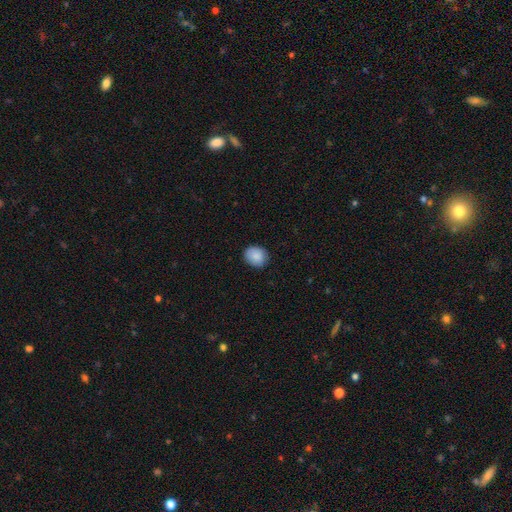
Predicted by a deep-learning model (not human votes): Morphology: type=smooth (88%); roundness=round (70%); merging=none (87%).